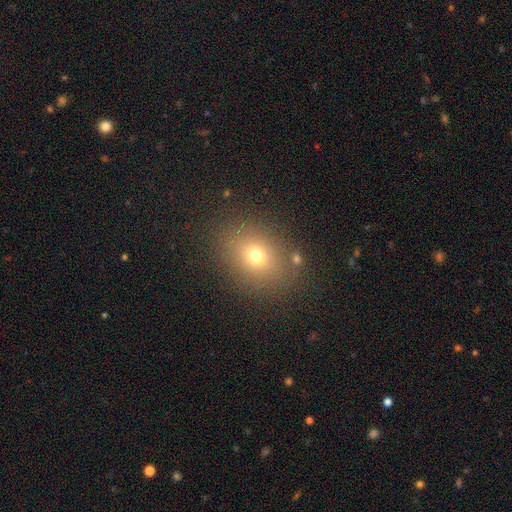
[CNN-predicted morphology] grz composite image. It shows a smooth galaxy with no disk features (70%) that is in between round and cigar-shaped (53%). Merging: none (83%).